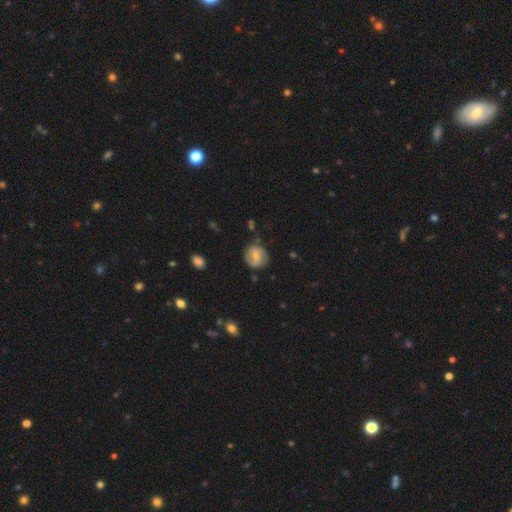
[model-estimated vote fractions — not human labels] Morphology: type=featured or disk (47%); merging=none (72%).